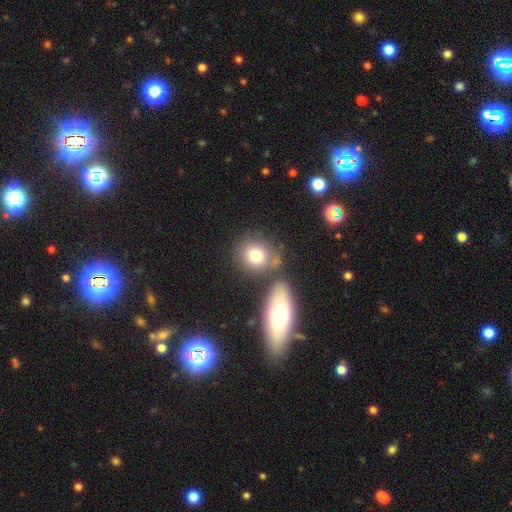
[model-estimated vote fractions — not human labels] Smooth or featured?
  - smooth: 78% *
  - featured or disk: 12%
  - star or artifact: 9%
How rounded?
  - round: 69% *
  - in between: 30%
  - cigar-shaped: 2%
Merging?
  - none: 59% *
  - merger: 24%
  - minor disturbance: 12%
  - major disturbance: 5%